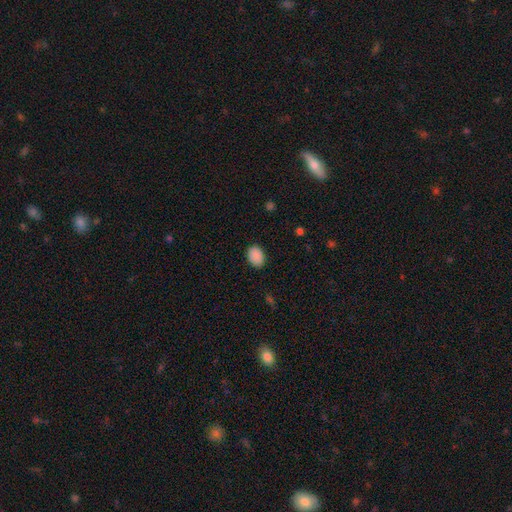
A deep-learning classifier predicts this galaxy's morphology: smooth_or_featured: smooth (p=0.90) [alt: star or artifact p=0.08]
how_rounded: in between (p=0.76) [alt: round p=0.23]
merging: none (p=0.87) [alt: minor disturbance p=0.10]